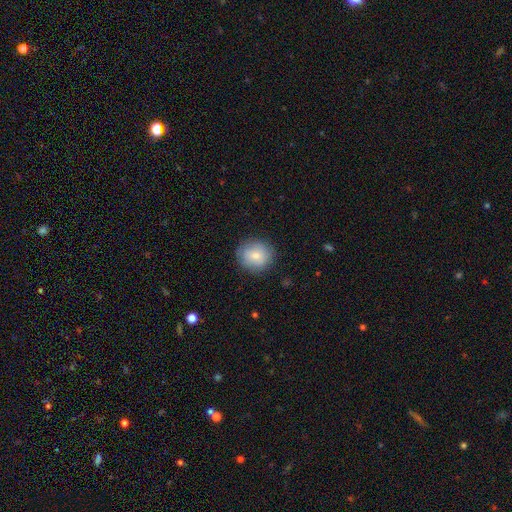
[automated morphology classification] A smooth galaxy with no disk features (78%) that is round (88%).

Vote fractions:
- Smooth or featured? smooth: 78% / featured or disk: 14% / star or artifact: 8%
- How rounded? round: 88% / in between: 11% / cigar-shaped: 1%
- Merging? none: 85% / minor disturbance: 11% / major disturbance: 3% / merger: 1%